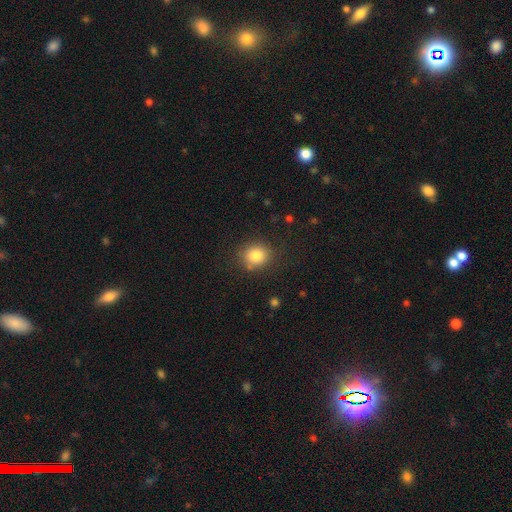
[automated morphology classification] A smooth galaxy with no disk features (82%) that is round (75%).

Vote fractions:
- Smooth or featured? smooth: 82% / star or artifact: 11% / featured or disk: 7%
- How rounded? round: 75% / in between: 24% / cigar-shaped: 1%
- Merging? none: 81% / minor disturbance: 12% / major disturbance: 4% / merger: 3%